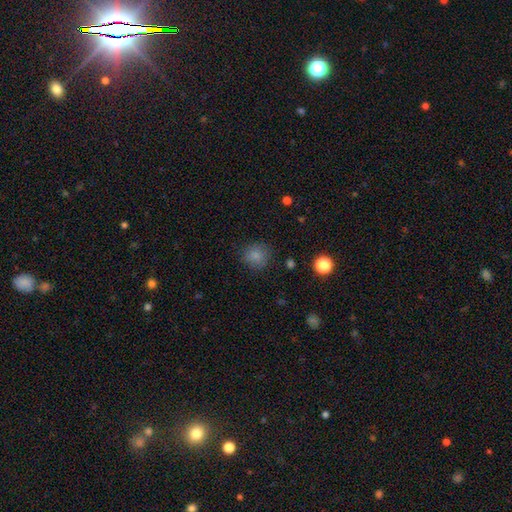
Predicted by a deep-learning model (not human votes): Smooth or featured? smooth (83%)
How rounded? round (87%)
Merging? none (83%)